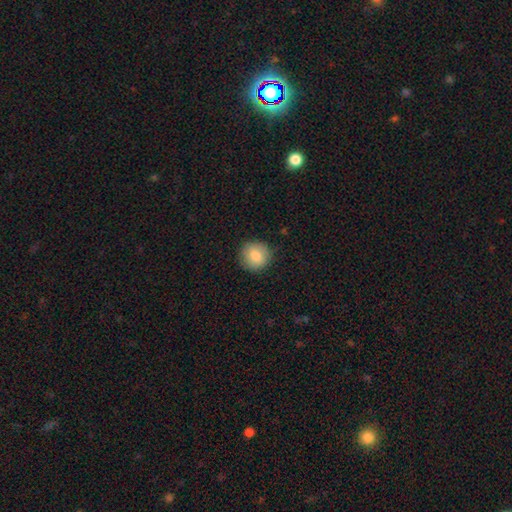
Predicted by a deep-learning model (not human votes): Morphology: type=smooth (83%); roundness=round (93%); merging=none (89%).